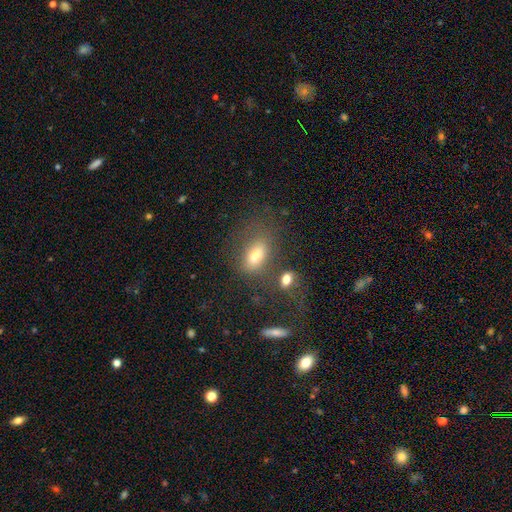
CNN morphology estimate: smooth-or-featured: smooth: 68% | featured or disk: 19% | star or artifact: 13%
  how-rounded: in between: 81% | round: 12% | cigar-shaped: 6%
  merging: none: 57% | minor disturbance: 17% | merger: 13% | major disturbance: 13%